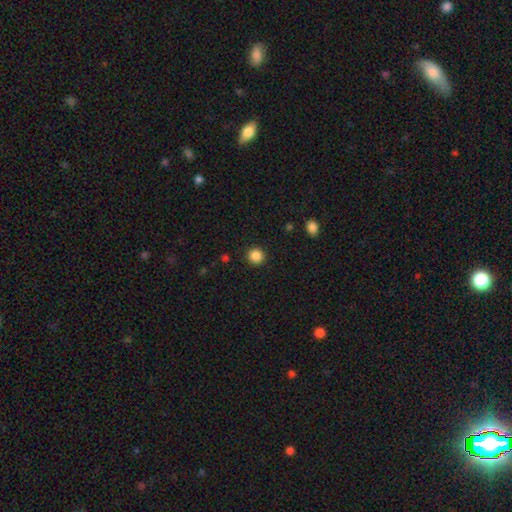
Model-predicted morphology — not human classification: smooth-or-featured: smooth: 87% | star or artifact: 11% | featured or disk: 3%
  how-rounded: round: 94% | in between: 5% | cigar-shaped: 1%
  merging: none: 92% | minor disturbance: 5% | major disturbance: 2% | merger: 1%